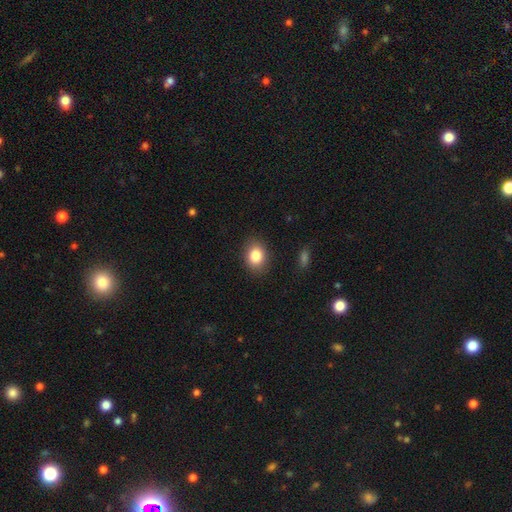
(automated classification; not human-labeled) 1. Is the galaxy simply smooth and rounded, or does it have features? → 84% smooth, 9% star or artifact, 7% featured or disk.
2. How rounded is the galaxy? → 54% in between, 45% round, 1% cigar-shaped.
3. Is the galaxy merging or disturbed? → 86% none, 10% minor disturbance, 3% major disturbance, 1% merger.